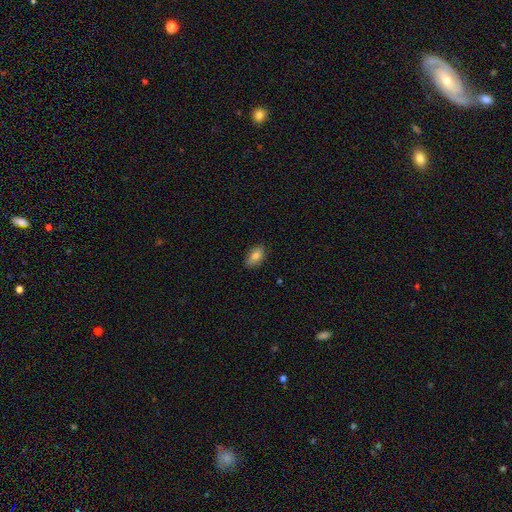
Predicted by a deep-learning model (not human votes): A smooth galaxy with no disk features (81%) that is in between round and cigar-shaped (91%).

Vote fractions:
- Smooth or featured? smooth: 81% / featured or disk: 11% / star or artifact: 8%
- How rounded? in between: 91% / round: 5% / cigar-shaped: 4%
- Merging? none: 82% / minor disturbance: 14% / major disturbance: 2% / merger: 1%